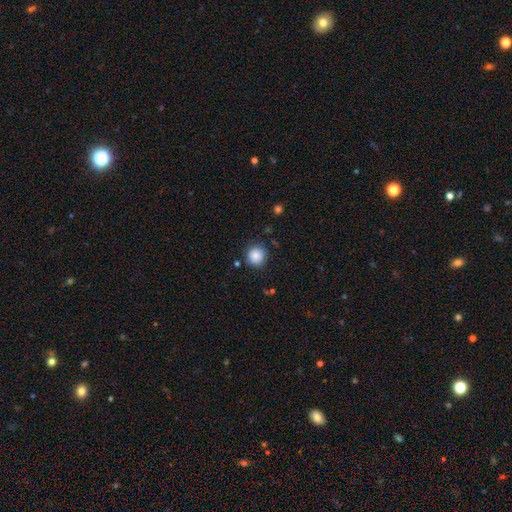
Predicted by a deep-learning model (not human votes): A smooth galaxy with no disk features (86%) that is round (91%). Merging: none (84%).